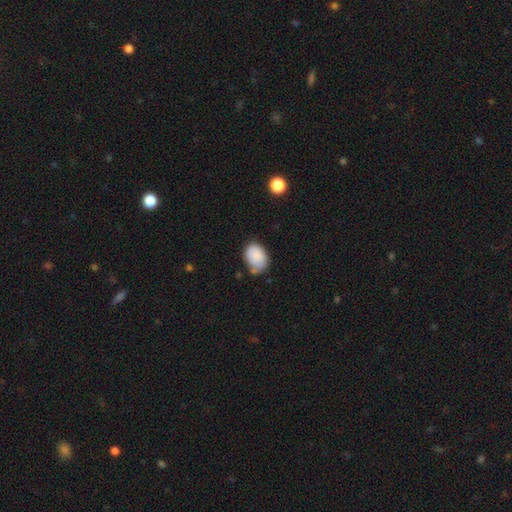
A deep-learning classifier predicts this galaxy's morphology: Smooth or featured: smooth — 85% (featured or disk — 8%)
How rounded: in between — 71% (round — 28%)
Merging: none — 55% (minor disturbance — 31%)